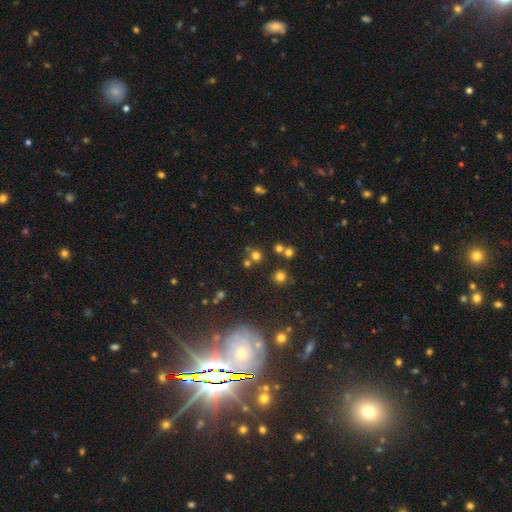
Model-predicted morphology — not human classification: This is likely a smooth galaxy (64%). How rounded: clearly round (89%). Merging: likely none (70%).